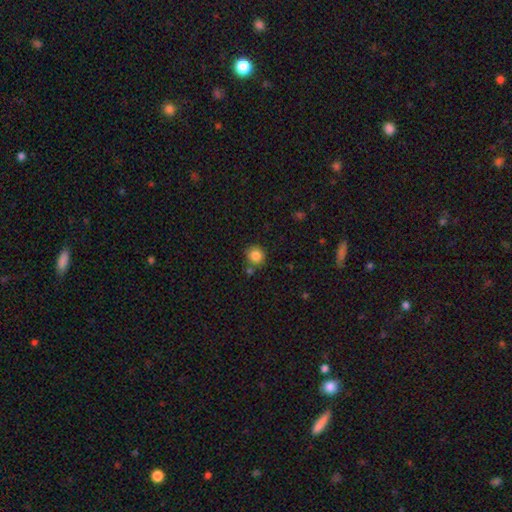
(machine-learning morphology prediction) Smooth or featured? smooth (84%)
How rounded? round (90%)
Merging? none (77%)